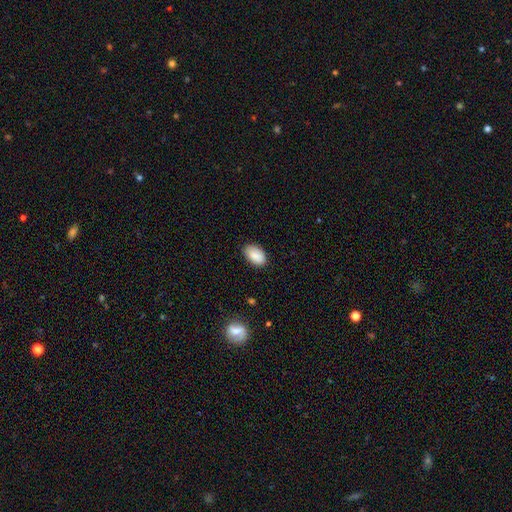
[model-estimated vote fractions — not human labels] Overall: smooth (88%). How rounded: in between (93%). Merging: none (82%).